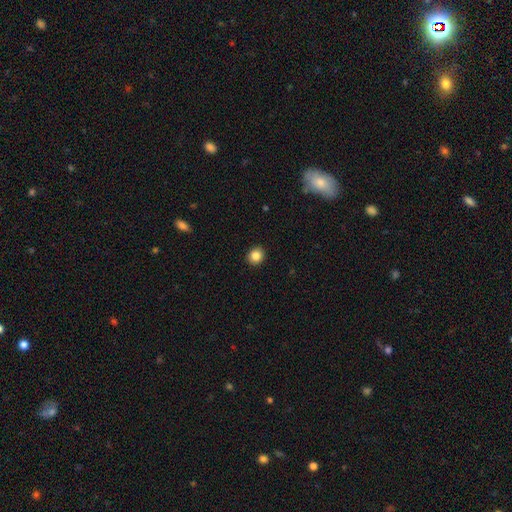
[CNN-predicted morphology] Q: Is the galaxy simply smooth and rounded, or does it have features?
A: smooth — 85%.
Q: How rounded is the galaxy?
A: round — 82%.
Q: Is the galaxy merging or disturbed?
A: none — 92%.